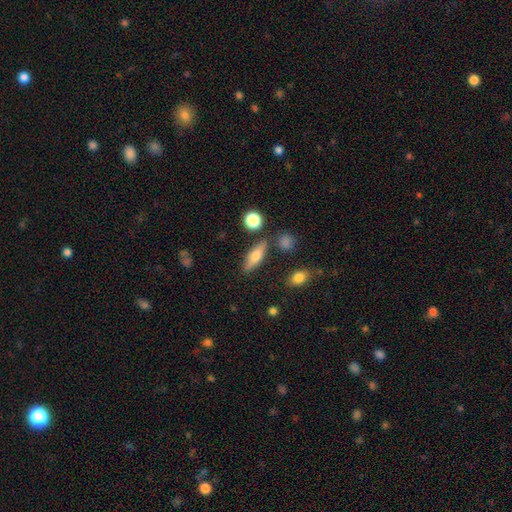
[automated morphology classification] smooth_or_featured: smooth (p=0.62) [alt: featured or disk p=0.30]
how_rounded: in between (p=0.49) [alt: cigar-shaped p=0.46]
merging: none (p=0.80) [alt: minor disturbance p=0.11]